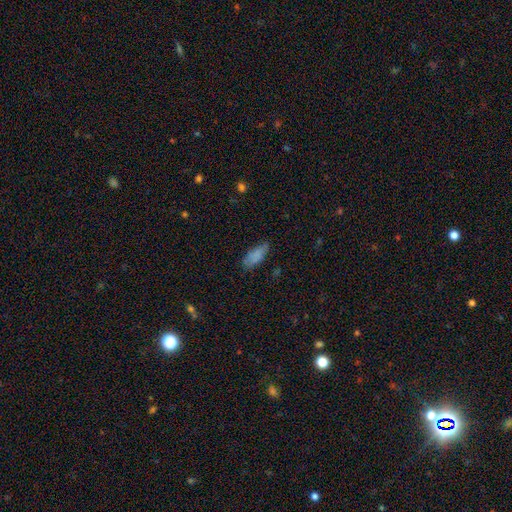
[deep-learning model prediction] A smooth galaxy with no disk features (82%) that is in between round and cigar-shaped (76%). Merging: none (68%).